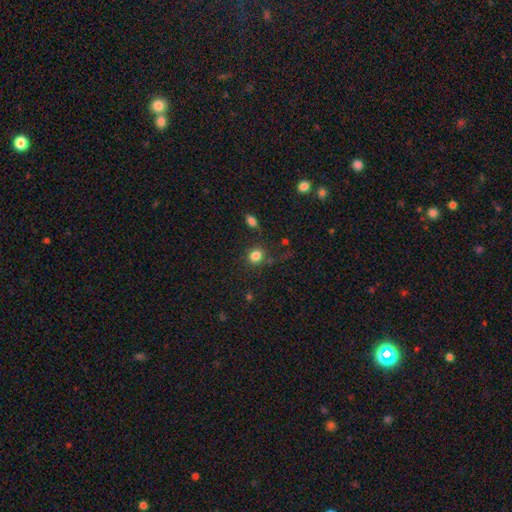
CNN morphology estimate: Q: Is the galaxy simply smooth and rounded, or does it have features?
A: smooth — 83%.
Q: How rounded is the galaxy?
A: round — 77%.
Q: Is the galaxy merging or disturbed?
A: none — 79%.